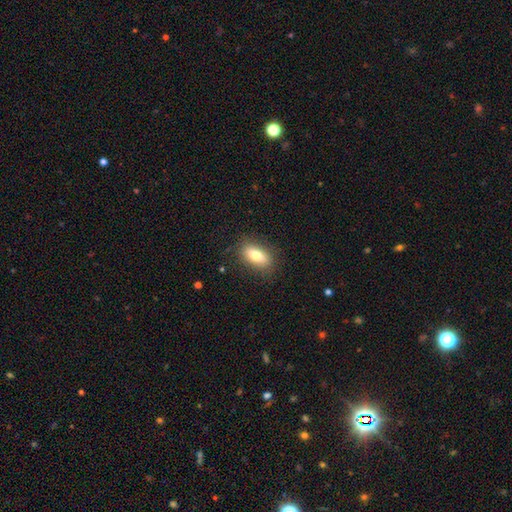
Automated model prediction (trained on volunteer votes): smooth 75%, featured or disk 17%, star or artifact 8%. Down the decision tree: how rounded — in between (83%); merging — none (85%).